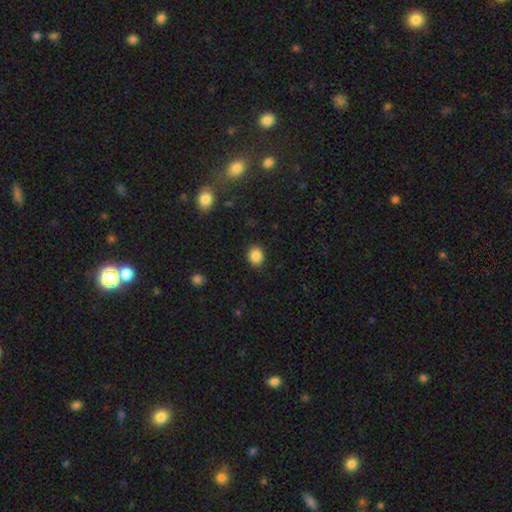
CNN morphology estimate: Smooth or featured? Predicted: smooth (p=0.87). How rounded? Predicted: round (p=0.58). Merging? Predicted: none (p=0.88).